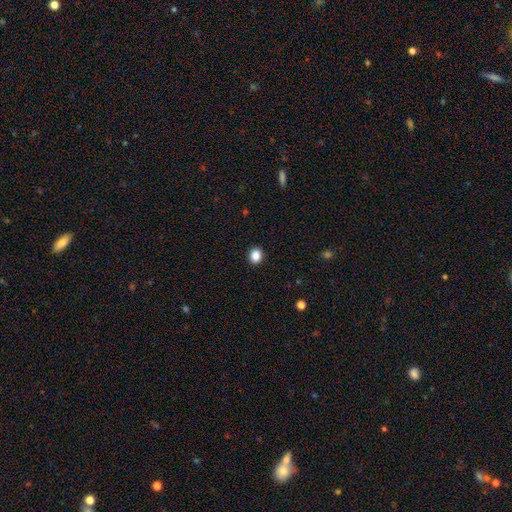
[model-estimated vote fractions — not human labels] A smooth galaxy with no disk features (87%) that is round (69%).

Vote fractions:
- Smooth or featured? smooth: 87% / star or artifact: 10% / featured or disk: 3%
- How rounded? round: 69% / in between: 30% / cigar-shaped: 1%
- Merging? none: 91% / minor disturbance: 6% / major disturbance: 2% / merger: 1%